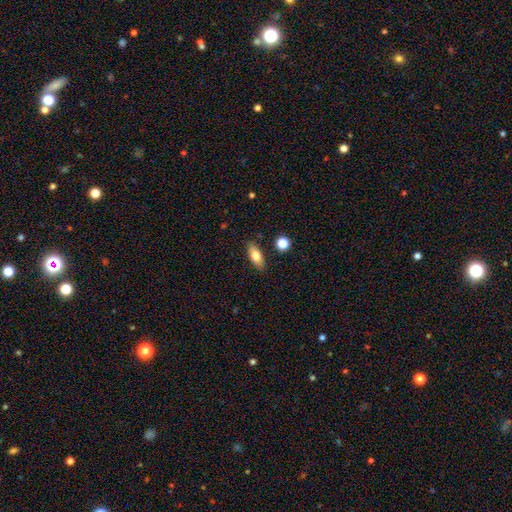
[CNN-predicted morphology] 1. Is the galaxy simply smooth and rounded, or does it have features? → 75% smooth, 17% featured or disk, 7% star or artifact.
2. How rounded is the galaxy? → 77% in between, 19% cigar-shaped, 4% round.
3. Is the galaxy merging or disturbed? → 86% none, 10% minor disturbance, 2% merger, 2% major disturbance.